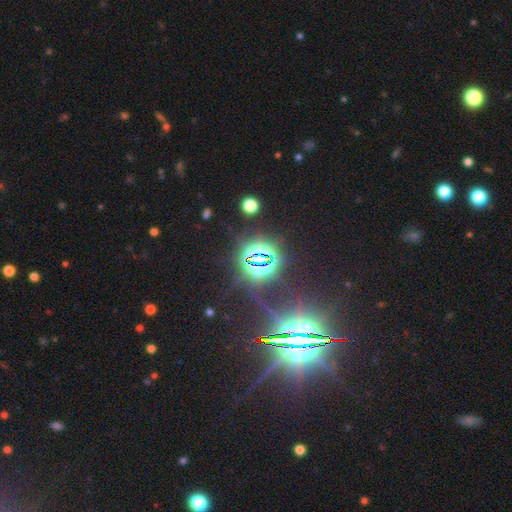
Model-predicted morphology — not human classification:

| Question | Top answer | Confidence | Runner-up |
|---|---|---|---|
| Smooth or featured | star or artifact | 82% | featured or disk (9%) |